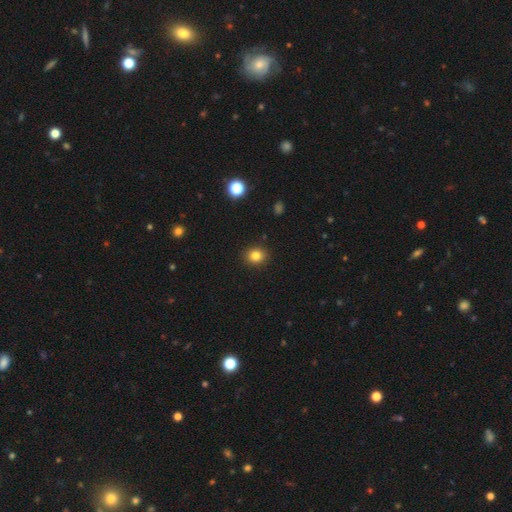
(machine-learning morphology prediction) Smooth or featured: smooth — 82% (star or artifact — 12%)
How rounded: round — 75% (in between — 24%)
Merging: none — 90% (minor disturbance — 7%)